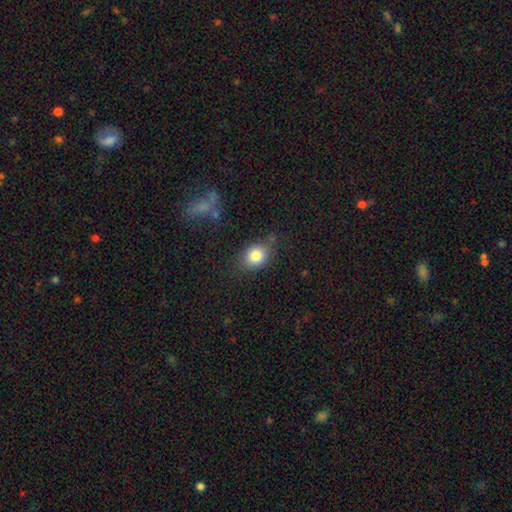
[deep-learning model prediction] smooth 82%, star or artifact 9%, featured or disk 9%. Down the decision tree: how rounded — in between (53%); merging — none (74%).